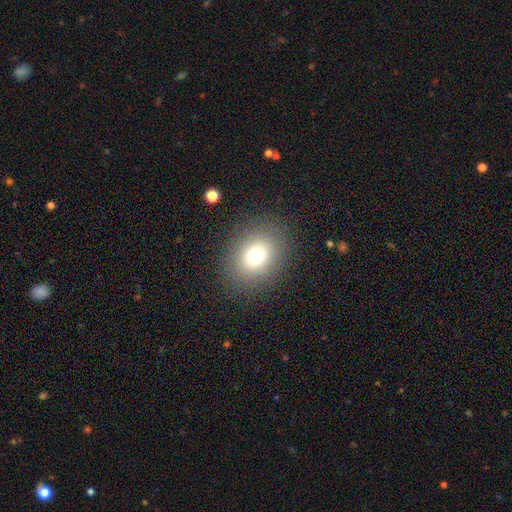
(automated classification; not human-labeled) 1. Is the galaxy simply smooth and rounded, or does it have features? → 76% smooth, 14% star or artifact, 11% featured or disk.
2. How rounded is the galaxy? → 51% in between, 48% round, 1% cigar-shaped.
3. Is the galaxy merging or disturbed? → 86% none, 8% minor disturbance, 4% major disturbance, 1% merger.